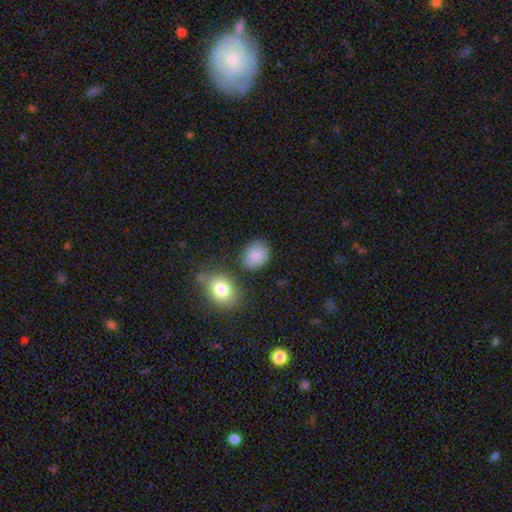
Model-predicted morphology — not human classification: This is clearly a smooth galaxy (87%). How rounded: likely in between (63%). Merging: likely none (75%).